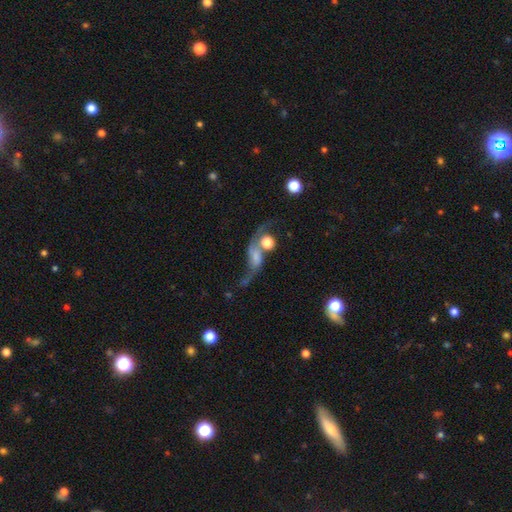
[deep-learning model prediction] The model was most divided on "bulge size": none: 32%, moderate: 23%, small: 22%, large: 16%, dominant: 6%. Remaining: edge-on disk — no (94%); spiral arms — yes (83%); smooth or featured — featured or disk (61%); bar — no (58%); merging — merger (39%).